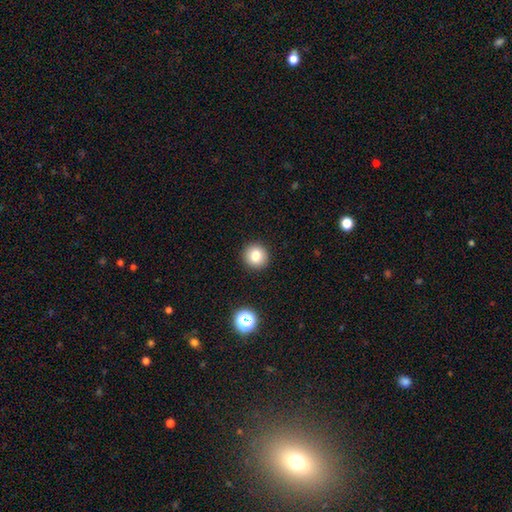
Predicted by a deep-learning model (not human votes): Smooth or featured?
  - smooth: 81% *
  - star or artifact: 11%
  - featured or disk: 8%
How rounded?
  - round: 91% *
  - in between: 8%
  - cigar-shaped: 1%
Merging?
  - none: 92% *
  - minor disturbance: 5%
  - major disturbance: 2%
  - merger: 1%